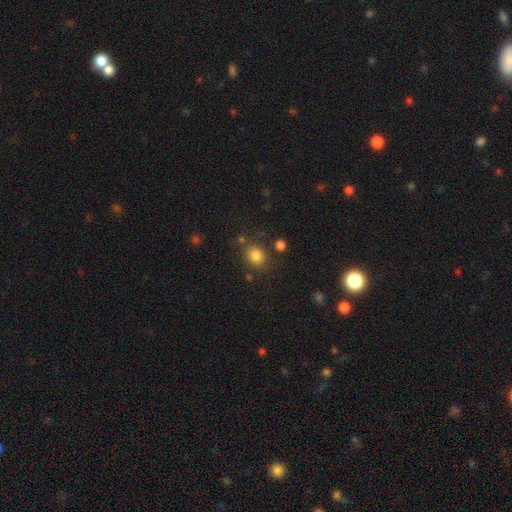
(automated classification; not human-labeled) Q: Smooth or featured?
A: smooth (82%); runner-up: star or artifact (12%)
Q: How rounded?
A: round (67%); runner-up: in between (32%)
Q: Merging?
A: none (80%); runner-up: minor disturbance (11%)